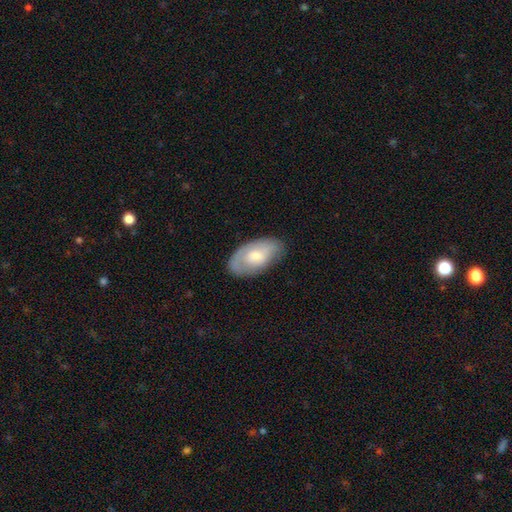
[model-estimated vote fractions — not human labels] Morphology: type=smooth (56%); roundness=in between (93%); merging=none (74%).